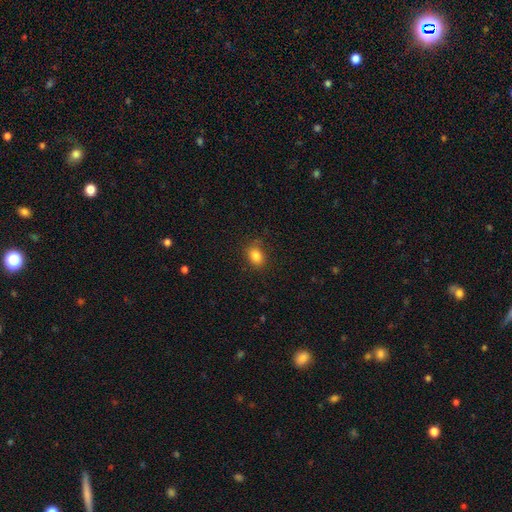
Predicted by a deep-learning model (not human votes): smooth_or_featured: smooth (p=0.84) [alt: star or artifact p=0.11]
how_rounded: in between (p=0.63) [alt: round p=0.36]
merging: none (p=0.82) [alt: minor disturbance p=0.14]